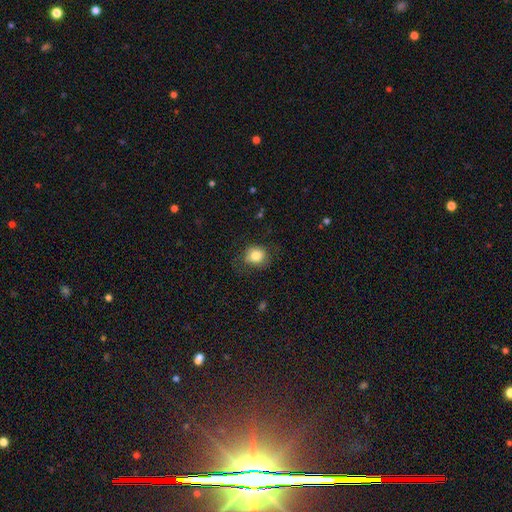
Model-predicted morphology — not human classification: type=smooth (83%); roundness=round (68%); merging=none (71%).